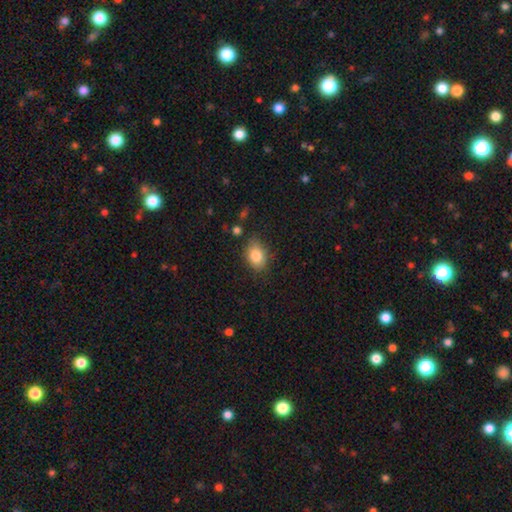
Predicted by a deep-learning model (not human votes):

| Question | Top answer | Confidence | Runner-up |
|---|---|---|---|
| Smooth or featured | smooth | 84% | star or artifact (9%) |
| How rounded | in between | 69% | round (30%) |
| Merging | none | 75% | minor disturbance (18%) |